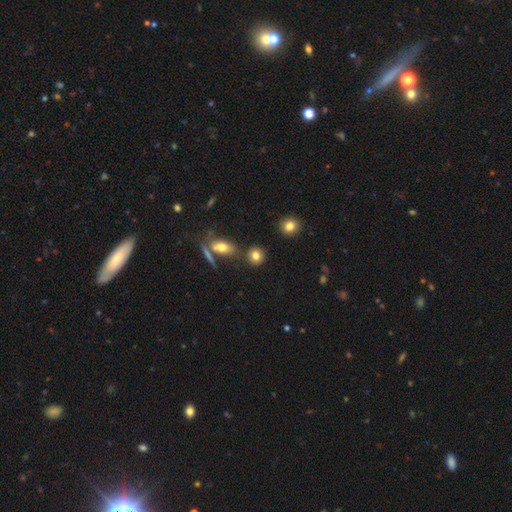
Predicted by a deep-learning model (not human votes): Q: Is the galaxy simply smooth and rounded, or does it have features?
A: smooth — 80%.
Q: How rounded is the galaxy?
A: round — 78%.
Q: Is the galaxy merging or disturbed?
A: none — 79%.